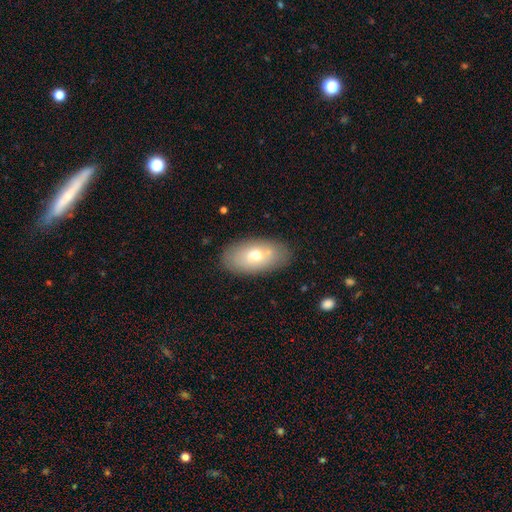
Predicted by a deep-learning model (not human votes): The model was most divided on "smooth or featured": smooth: 65%, featured or disk: 27%, star or artifact: 8%. More confident: how rounded — in between (92%); merging — none (82%).